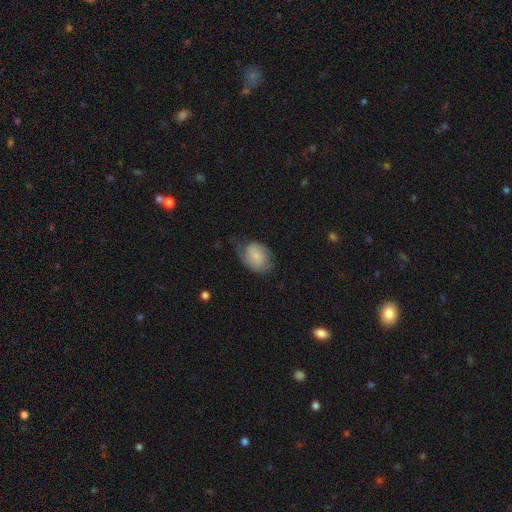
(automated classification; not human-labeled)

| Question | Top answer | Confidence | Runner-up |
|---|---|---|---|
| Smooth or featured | smooth | 60% | featured or disk (33%) |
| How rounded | in between | 71% | round (28%) |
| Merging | none | 48% | minor disturbance (32%) |